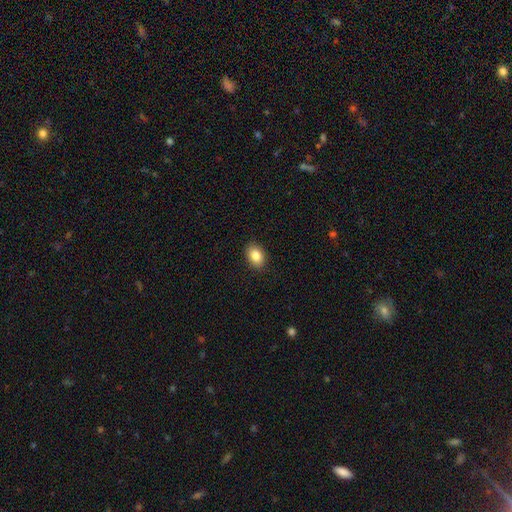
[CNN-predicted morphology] Q: Smooth or featured?
A: smooth (85%); runner-up: star or artifact (8%)
Q: How rounded?
A: in between (79%); runner-up: round (20%)
Q: Merging?
A: none (89%); runner-up: minor disturbance (8%)